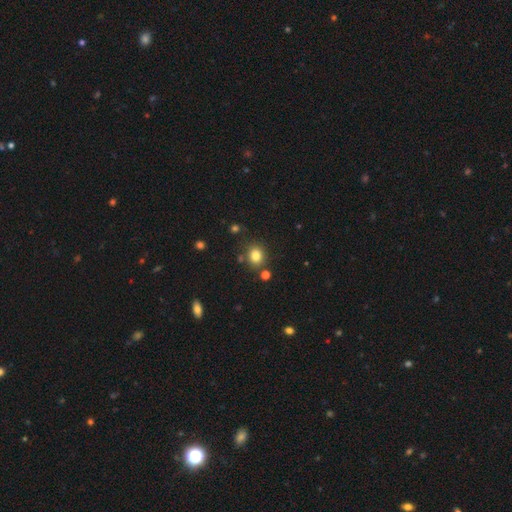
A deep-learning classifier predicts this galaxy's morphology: Q: Smooth or featured?
A: smooth (82%); runner-up: star or artifact (12%)
Q: How rounded?
A: round (71%); runner-up: in between (29%)
Q: Merging?
A: none (79%); runner-up: minor disturbance (11%)